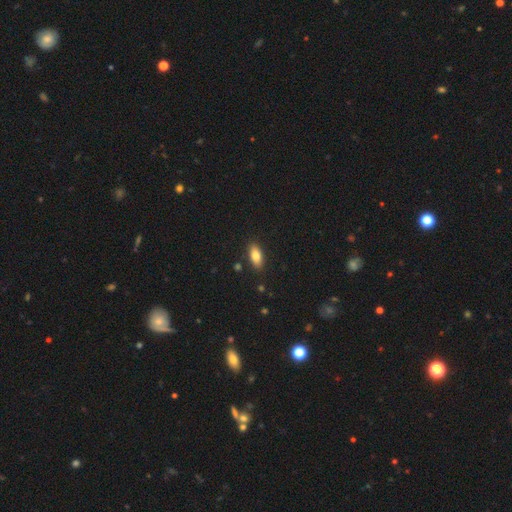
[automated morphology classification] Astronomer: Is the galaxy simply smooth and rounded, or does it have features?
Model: smooth — 78%.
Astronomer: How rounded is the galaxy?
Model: in between — 85%.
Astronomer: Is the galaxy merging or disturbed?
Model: none — 87%.